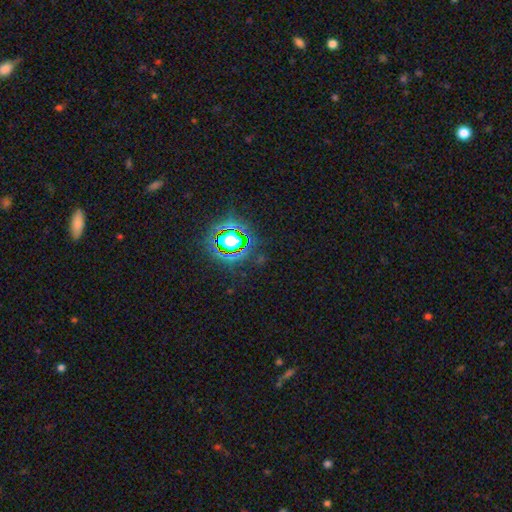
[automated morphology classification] type=star or artifact (76%).